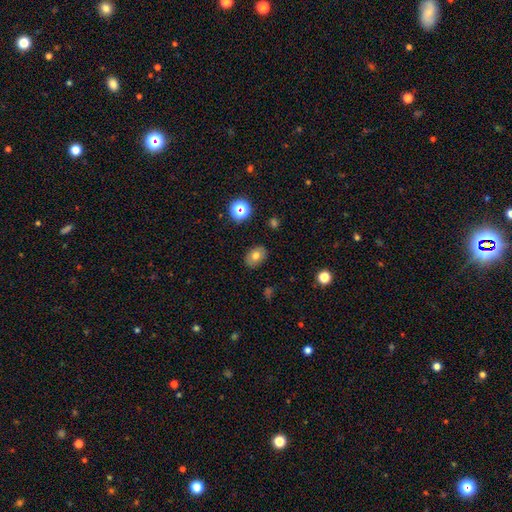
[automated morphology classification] The model was most divided on "how rounded": in between: 73%, round: 26%, cigar-shaped: 1%. More confident: merging — none (86%); smooth or featured — smooth (73%).